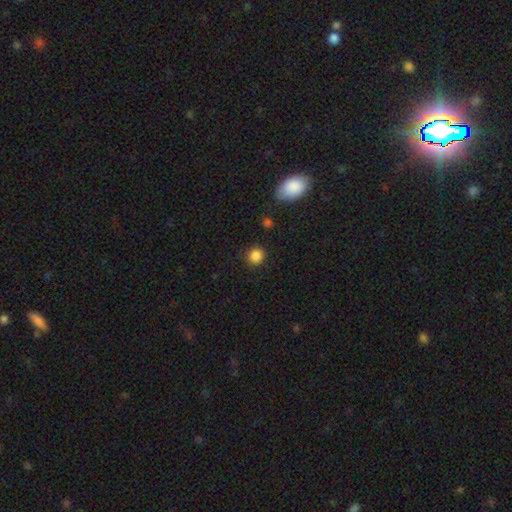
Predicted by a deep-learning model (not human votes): Q: Smooth or featured?
A: smooth (86%); runner-up: star or artifact (11%)
Q: How rounded?
A: round (88%); runner-up: in between (11%)
Q: Merging?
A: none (87%); runner-up: minor disturbance (9%)